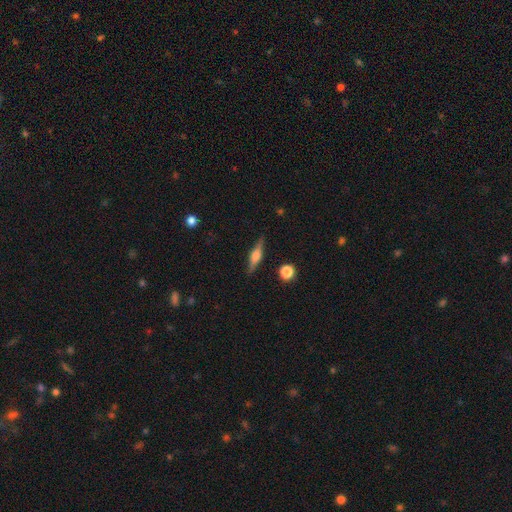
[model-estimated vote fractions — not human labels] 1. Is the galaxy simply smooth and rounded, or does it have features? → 67% featured or disk, 26% smooth, 7% star or artifact.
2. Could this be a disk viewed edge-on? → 97% yes, 3% no.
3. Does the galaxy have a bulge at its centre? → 82% rounded, 15% boxy, 3% none.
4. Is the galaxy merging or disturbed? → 87% none, 9% minor disturbance, 2% major disturbance, 2% merger.